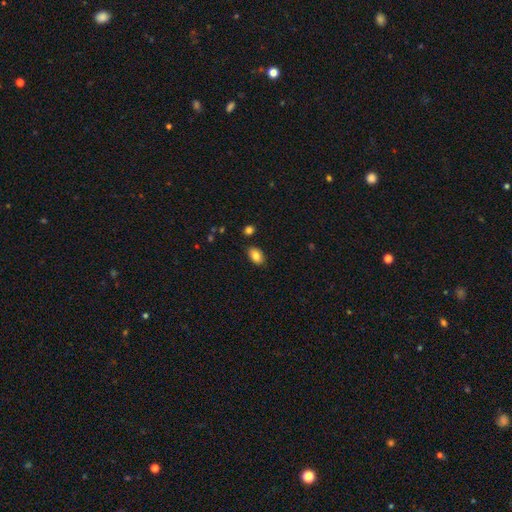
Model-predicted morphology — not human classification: Smooth or featured? smooth (85%)
How rounded? in between (89%)
Merging? none (85%)